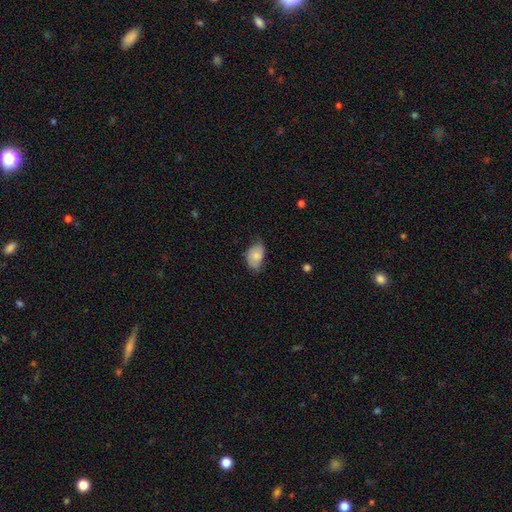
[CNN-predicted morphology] Smooth or featured? smooth (76%)
How rounded? in between (87%)
Merging? none (54%)